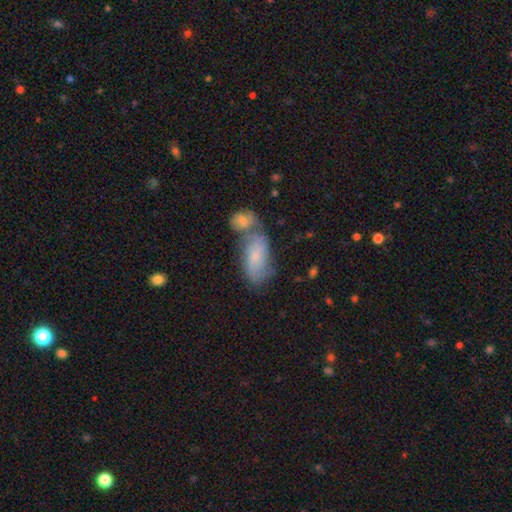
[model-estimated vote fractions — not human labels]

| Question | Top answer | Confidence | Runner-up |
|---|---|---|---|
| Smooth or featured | smooth | 57% | featured or disk (34%) |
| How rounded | in between | 88% | cigar-shaped (8%) |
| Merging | merger | 40% | none (36%) |